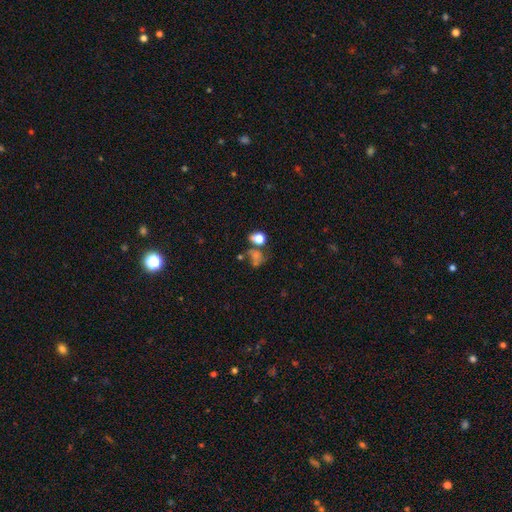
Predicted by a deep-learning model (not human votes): Overall: smooth (41%, tied with star or artifact). Merging: none (48%; merger 28%).